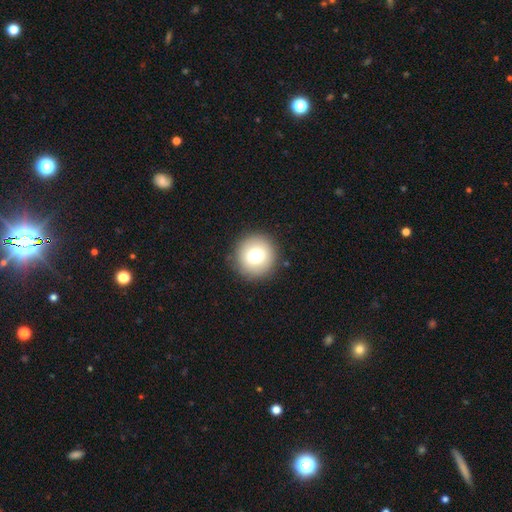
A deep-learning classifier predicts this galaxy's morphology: smooth 75%, featured or disk 14%, star or artifact 11%. Down the decision tree: how rounded — round (95%); merging — none (90%).